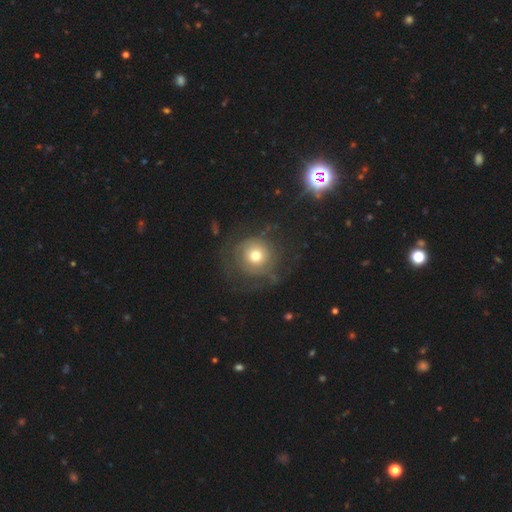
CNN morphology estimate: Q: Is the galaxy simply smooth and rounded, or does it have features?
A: smooth — 52%.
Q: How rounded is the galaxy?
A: round — 93%.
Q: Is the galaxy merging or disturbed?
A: none — 66%.